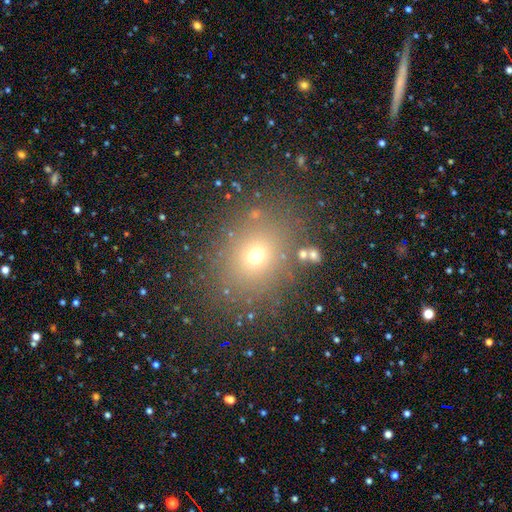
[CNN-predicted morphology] smooth 62%, star or artifact 29%, featured or disk 10%. Down the decision tree: how rounded — round (61%); merging — none (84%).